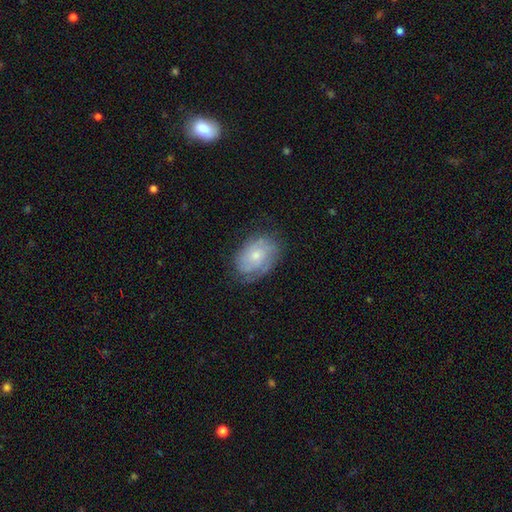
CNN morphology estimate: Q: Smooth or featured?
A: featured or disk (59%); runner-up: smooth (33%)
Q: Edge-on disk?
A: no (96%); runner-up: yes (4%)
Q: Bar?
A: no (79%); runner-up: weak (18%)
Q: Spiral arms?
A: yes (82%); runner-up: no (18%)
Q: Bulge size?
A: small (47%); runner-up: moderate (45%)
Q: Merging?
A: none (68%); runner-up: minor disturbance (23%)